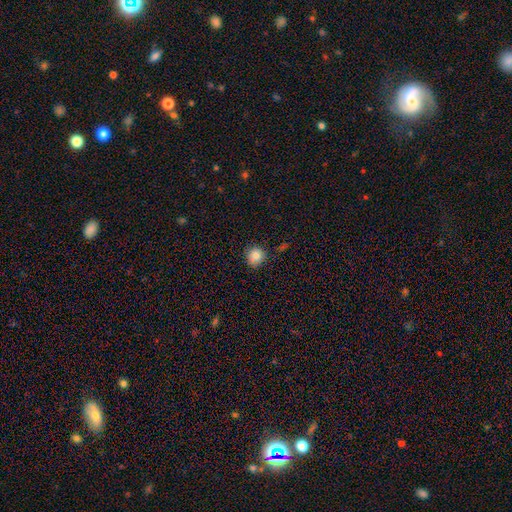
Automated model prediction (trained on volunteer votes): Q: Smooth or featured?
A: smooth (84%); runner-up: star or artifact (10%)
Q: How rounded?
A: round (89%); runner-up: in between (10%)
Q: Merging?
A: none (81%); runner-up: minor disturbance (14%)